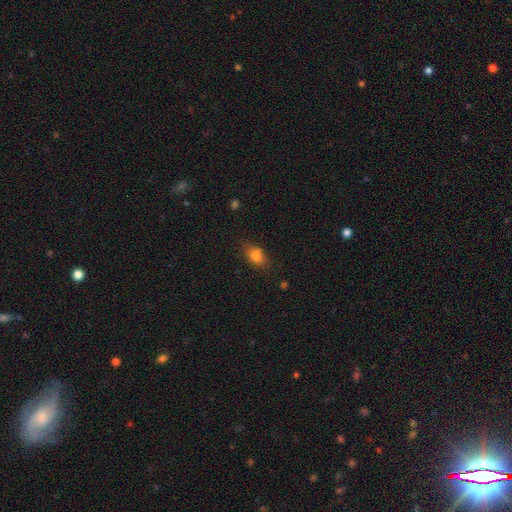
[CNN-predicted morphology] This is clearly a smooth galaxy (81%). How rounded: likely in between (72%). Merging: likely none (74%).